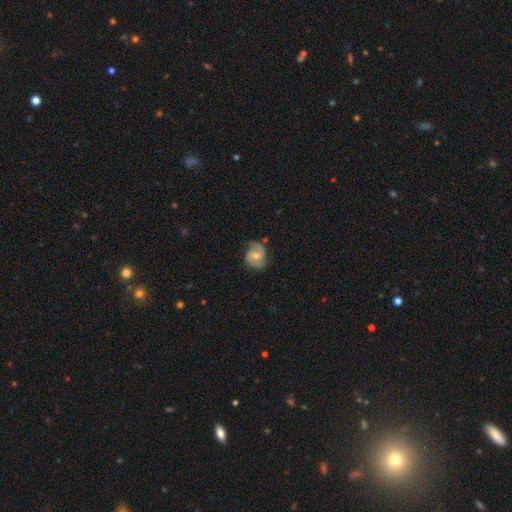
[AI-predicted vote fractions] This is possibly a featured or disk galaxy (60%). It is clearly not viewed edge-on (97%). Bar: possibly no (51%). Spiral arm pattern: clearly yes (87%). Spiral arm count: likely 2 (78%). Spiral winding: marginally medium (45%). Central bulge: possibly moderate (56%). Merging: likely none (61%).